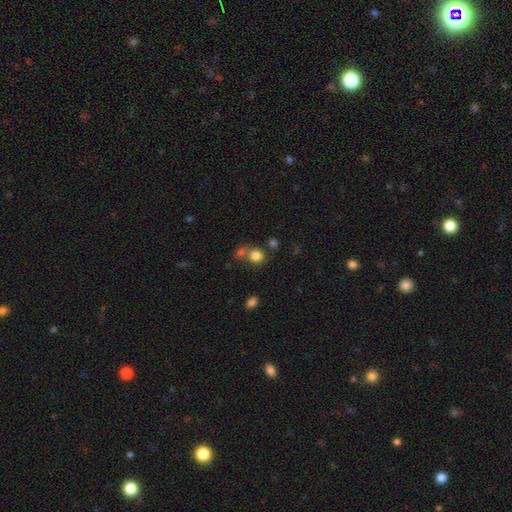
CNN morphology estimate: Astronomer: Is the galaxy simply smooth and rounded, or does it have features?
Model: smooth — 81%.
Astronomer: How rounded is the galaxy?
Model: round — 84%.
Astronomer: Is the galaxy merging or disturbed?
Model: none — 56%.